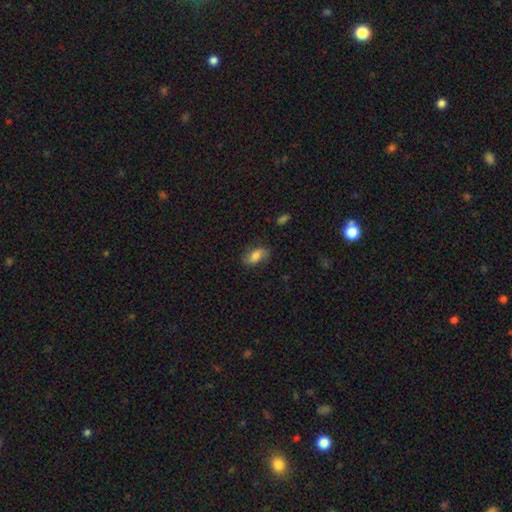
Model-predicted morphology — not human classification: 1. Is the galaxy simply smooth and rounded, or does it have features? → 71% smooth, 21% featured or disk, 8% star or artifact.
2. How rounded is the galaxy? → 88% in between, 7% round, 5% cigar-shaped.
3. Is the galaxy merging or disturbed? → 74% none, 19% minor disturbance, 6% major disturbance, 2% merger.